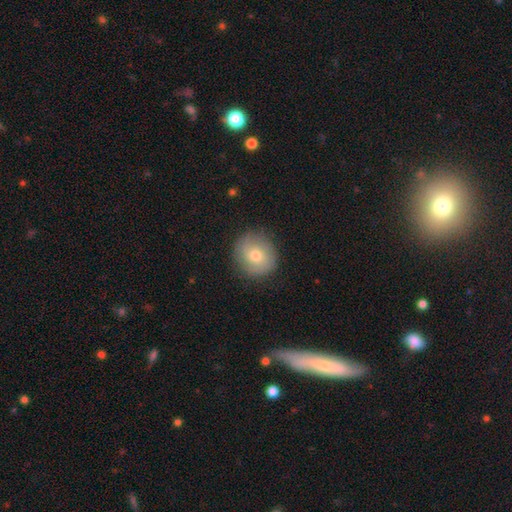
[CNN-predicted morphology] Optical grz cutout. It shows a smooth galaxy with no disk features (64%) that is round (89%). Merging: none (85%).